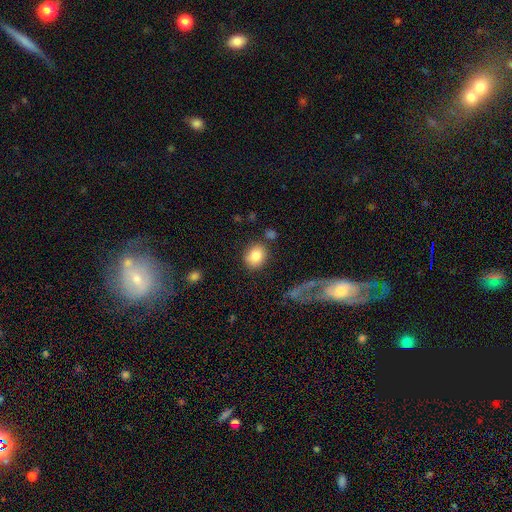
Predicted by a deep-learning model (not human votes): This is clearly a smooth galaxy (84%). How rounded: likely round (64%). Merging: likely none (79%).